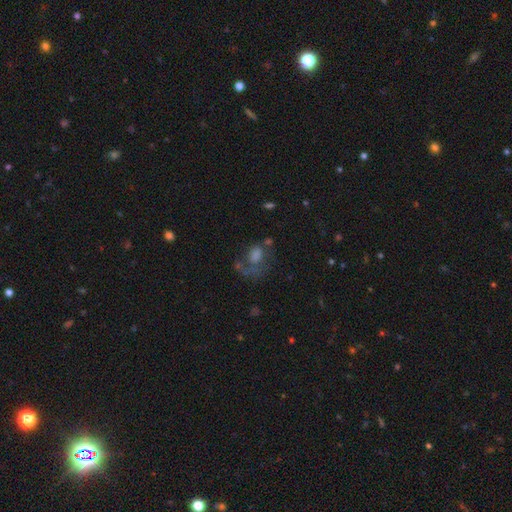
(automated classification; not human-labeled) Overall: featured or disk (42%; smooth 35%). Merging: major disturbance (42%; none 35%).